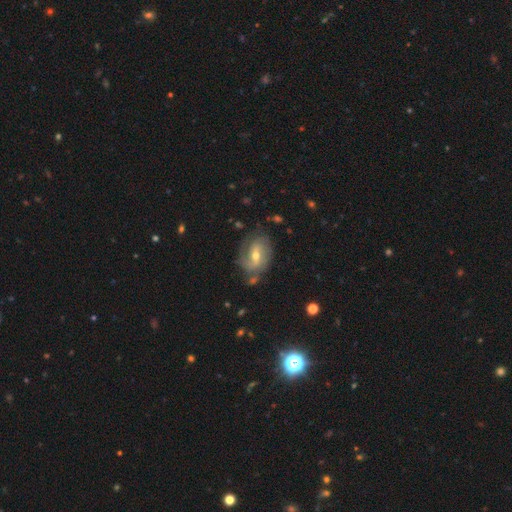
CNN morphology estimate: Smooth or featured: featured or disk — 73% (smooth — 20%)
Edge-on disk: no — 95% (yes — 5%)
Bar: weak — 49% (no — 29%)
Spiral arms: yes — 87% (no — 13%)
Spiral winding: medium — 41% (tight — 31%)
Spiral arm count: 2 — 58% (can't tell — 18%)
Bulge size: moderate — 58% (small — 38%)
Merging: none — 63% (minor disturbance — 22%)